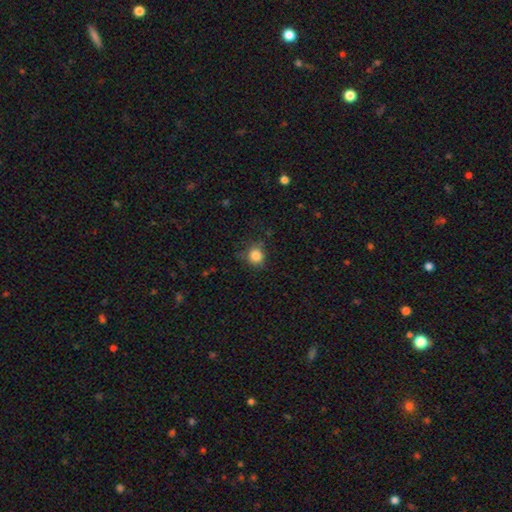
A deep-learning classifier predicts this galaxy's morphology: type=smooth (84%); roundness=round (84%); merging=none (74%).